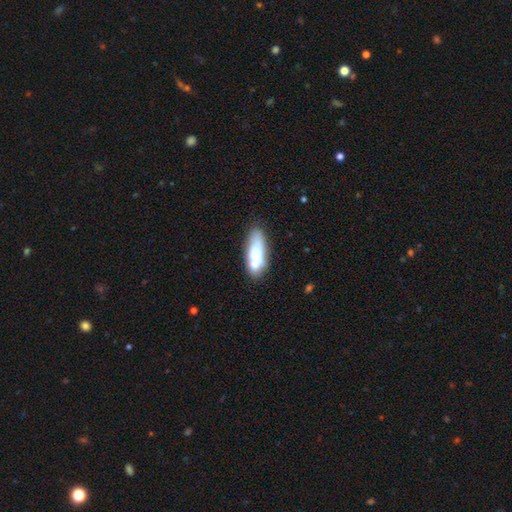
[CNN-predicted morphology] A smooth galaxy with no disk features (62%) that is in between round and cigar-shaped (65%).

Vote fractions:
- Smooth or featured? smooth: 62% / featured or disk: 31% / star or artifact: 7%
- How rounded? in between: 65% / cigar-shaped: 32% / round: 3%
- Merging? none: 47% / merger: 27% / minor disturbance: 18% / major disturbance: 7%